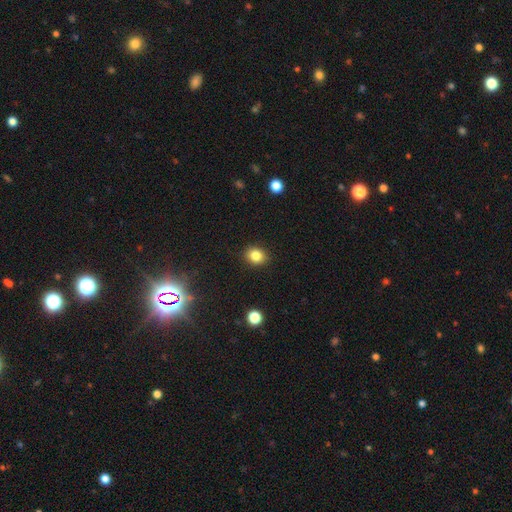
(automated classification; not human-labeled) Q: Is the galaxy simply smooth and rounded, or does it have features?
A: smooth — 83%.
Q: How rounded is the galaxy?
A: round — 62%.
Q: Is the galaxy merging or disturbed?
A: none — 89%.